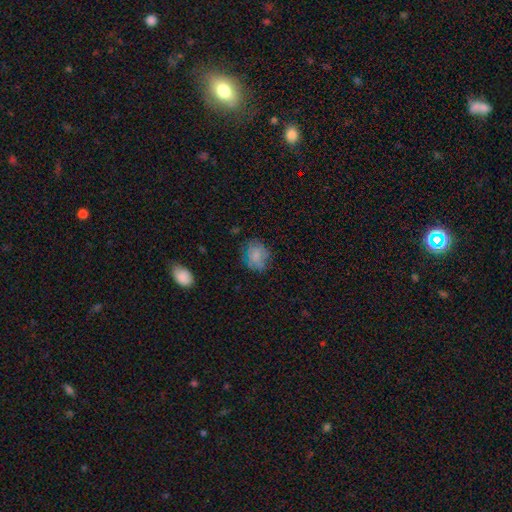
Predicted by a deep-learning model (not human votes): Smooth or featured? smooth (69%)
How rounded? round (64%)
Merging? none (66%)